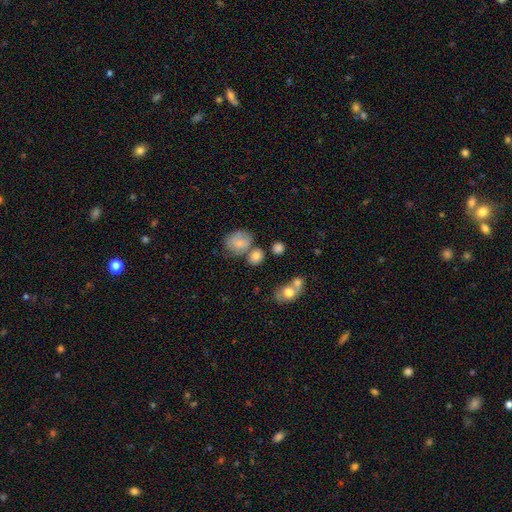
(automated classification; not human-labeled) smooth 76%, featured or disk 13%, star or artifact 11%. Down the decision tree: how rounded — round (66%); merging — none (56%).